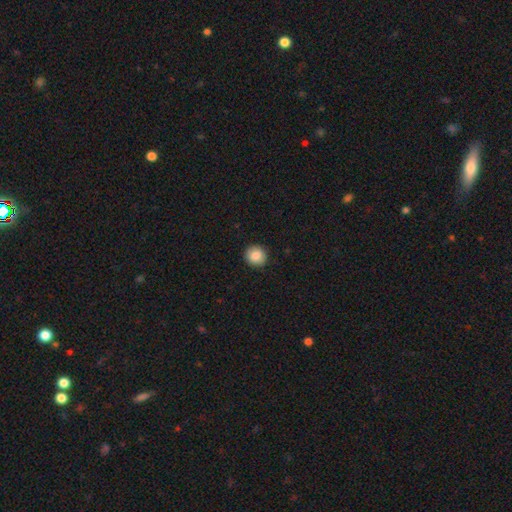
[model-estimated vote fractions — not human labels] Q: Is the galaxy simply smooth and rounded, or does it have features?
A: smooth — 87%.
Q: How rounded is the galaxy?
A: round — 91%.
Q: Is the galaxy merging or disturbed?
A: none — 91%.